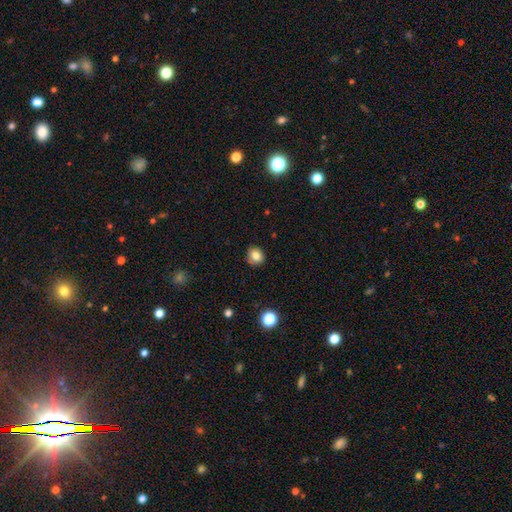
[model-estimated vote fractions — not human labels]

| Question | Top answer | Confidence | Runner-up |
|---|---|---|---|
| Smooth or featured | smooth | 82% | star or artifact (11%) |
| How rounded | round | 84% | in between (15%) |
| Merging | none | 86% | minor disturbance (11%) |